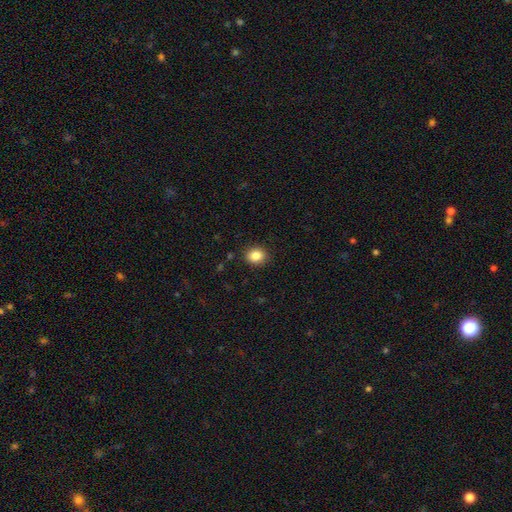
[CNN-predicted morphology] This is clearly a smooth galaxy (85%). How rounded: possibly round (58%). Merging: clearly none (89%).